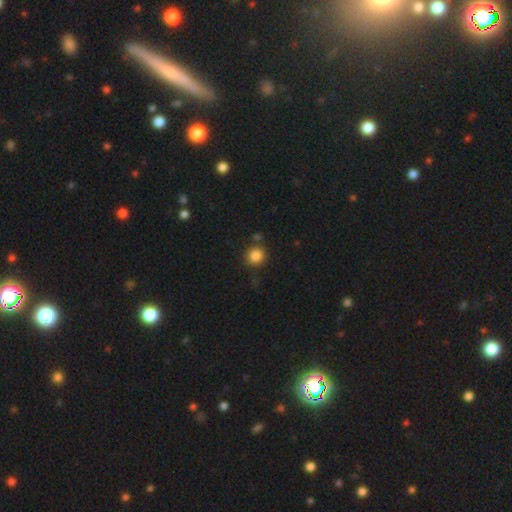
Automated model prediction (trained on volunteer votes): Smooth or featured?
  - smooth: 85% *
  - star or artifact: 10%
  - featured or disk: 4%
How rounded?
  - round: 91% *
  - in between: 8%
  - cigar-shaped: 1%
Merging?
  - none: 80% *
  - minor disturbance: 11%
  - merger: 6%
  - major disturbance: 3%